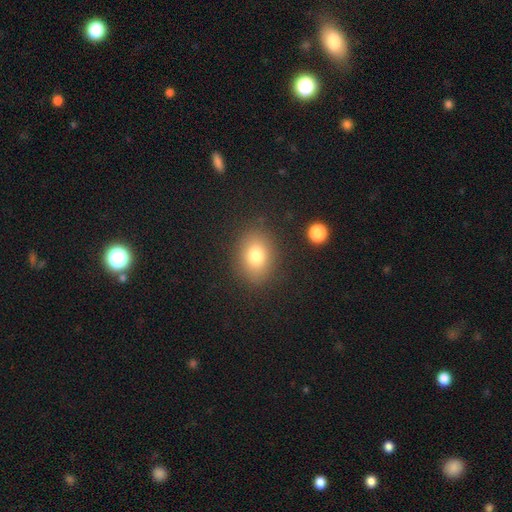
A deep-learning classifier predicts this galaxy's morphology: This is likely a smooth galaxy (77%). How rounded: possibly in between (57%). Merging: clearly none (85%).